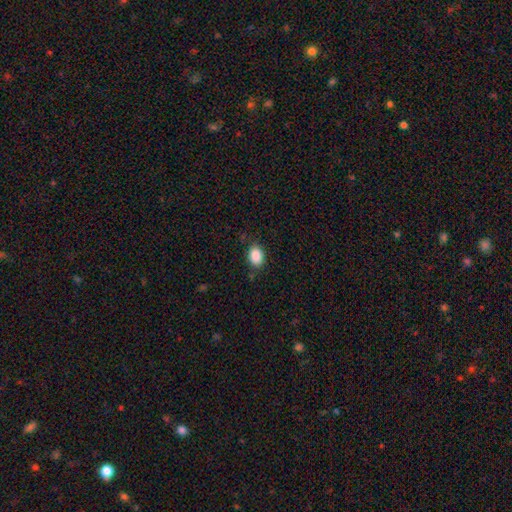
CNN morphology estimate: Smooth or featured?
  - smooth: 88% *
  - star or artifact: 8%
  - featured or disk: 4%
How rounded?
  - in between: 81% *
  - round: 18%
  - cigar-shaped: 1%
Merging?
  - none: 84% *
  - minor disturbance: 12%
  - major disturbance: 3%
  - merger: 1%